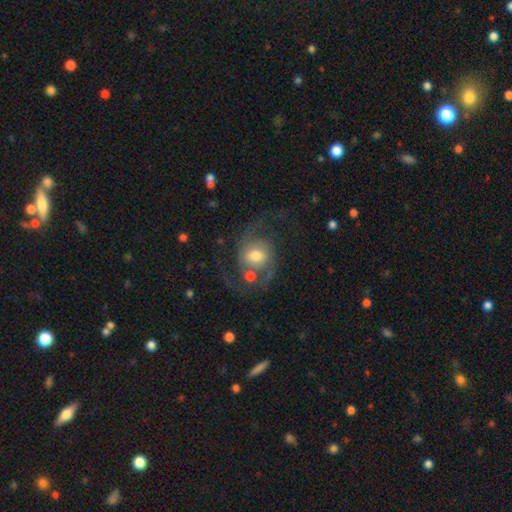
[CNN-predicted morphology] The model was most divided on "spiral winding": loose: 51%, medium: 41%, tight: 8%. More confident: edge-on disk — no (98%); spiral arms — yes (94%); spiral arm count — 2 (92%); smooth or featured — featured or disk (78%); merging — none (60%); bulge size — moderate (59%); bar — no (58%).